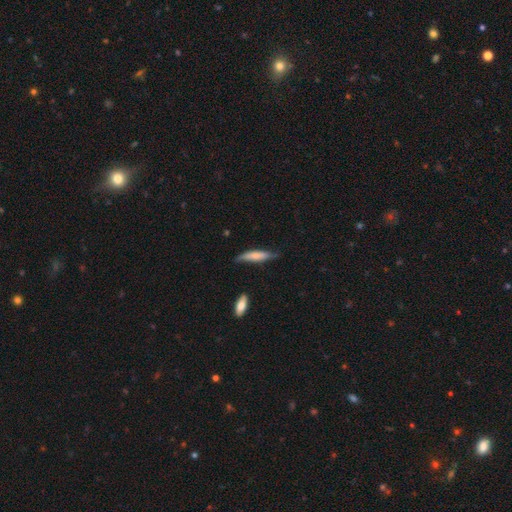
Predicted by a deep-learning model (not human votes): Smooth or featured? Predicted: smooth (p=0.62). How rounded? Predicted: cigar-shaped (p=0.76). Merging? Predicted: none (p=0.65).